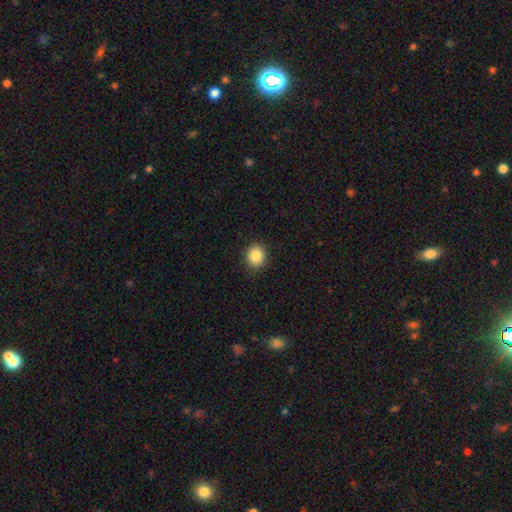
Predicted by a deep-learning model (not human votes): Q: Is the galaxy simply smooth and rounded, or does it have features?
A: smooth — 86%.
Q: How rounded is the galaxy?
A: round — 83%.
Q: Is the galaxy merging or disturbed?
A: none — 91%.